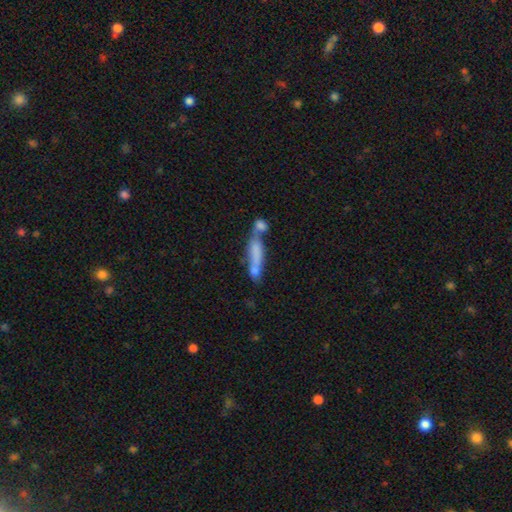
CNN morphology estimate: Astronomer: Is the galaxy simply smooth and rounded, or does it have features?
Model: smooth — 60%.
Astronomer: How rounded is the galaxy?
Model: cigar-shaped — 76%.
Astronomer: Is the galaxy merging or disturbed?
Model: merger — 48% (runner-up: none, 30%).